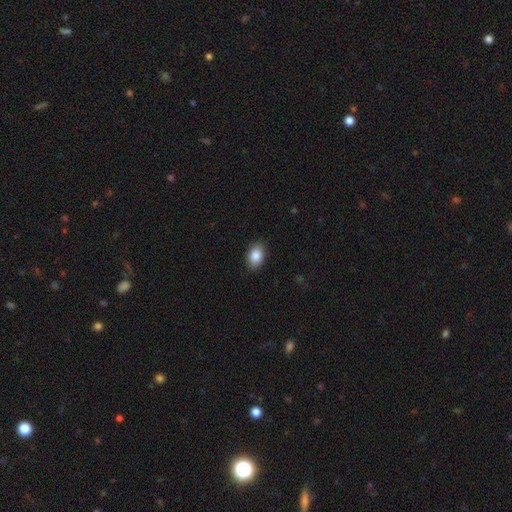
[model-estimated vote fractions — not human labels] Smooth or featured: smooth — 87% (star or artifact — 7%)
How rounded: in between — 84% (round — 15%)
Merging: none — 88% (minor disturbance — 9%)